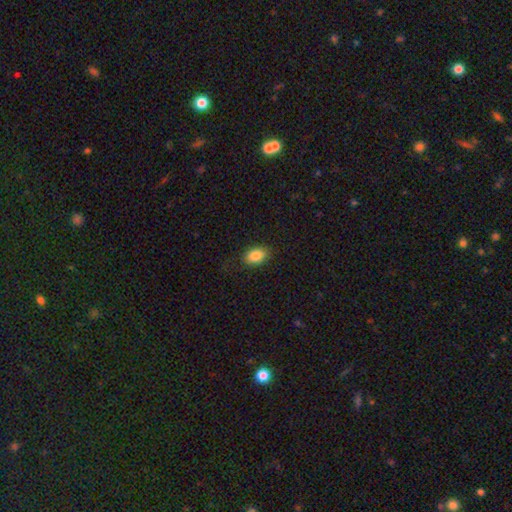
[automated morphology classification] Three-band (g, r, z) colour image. It shows a smooth galaxy with no disk features (85%) that is in between round and cigar-shaped (85%). Merging: none (83%).